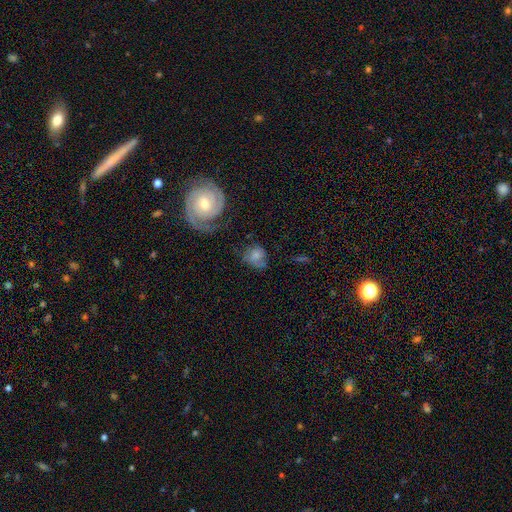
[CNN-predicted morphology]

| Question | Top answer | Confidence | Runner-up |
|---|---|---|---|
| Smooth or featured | smooth | 57% | featured or disk (34%) |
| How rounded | round | 64% | in between (34%) |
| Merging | none | 48% | minor disturbance (25%) |